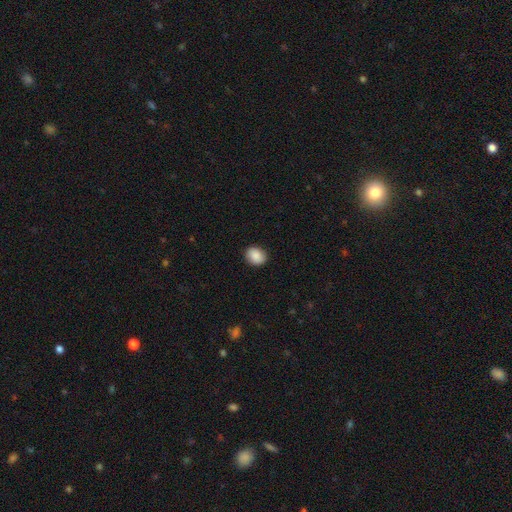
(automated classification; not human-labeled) This is clearly a smooth galaxy (88%). How rounded: possibly round (54%). Merging: clearly none (89%).